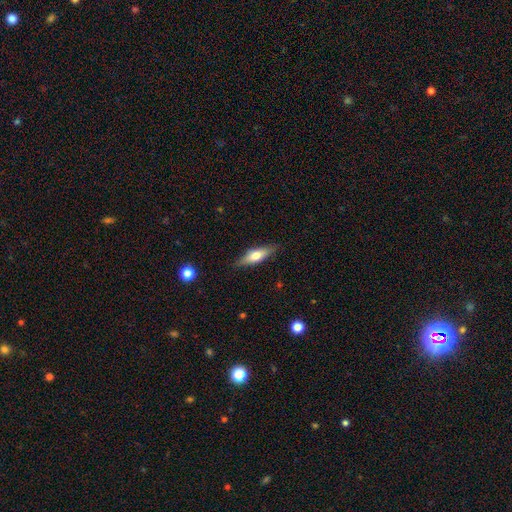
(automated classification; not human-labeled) The model was most divided on "how rounded": cigar-shaped: 50%, in between: 47%, round: 3%. More confident: merging — none (84%); smooth or featured — smooth (56%).